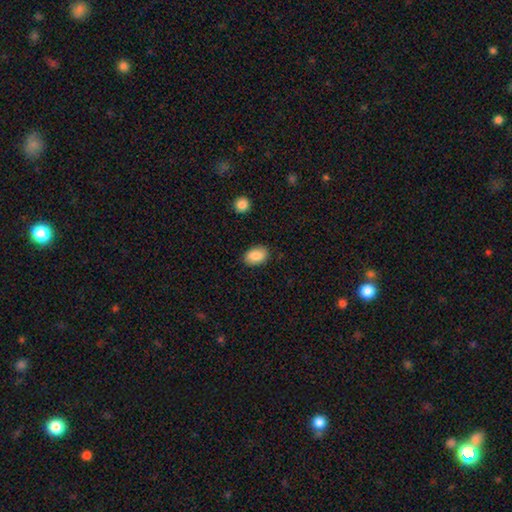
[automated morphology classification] Smooth or featured: smooth — 87% (star or artifact — 7%)
How rounded: in between — 87% (round — 12%)
Merging: none — 86% (minor disturbance — 10%)